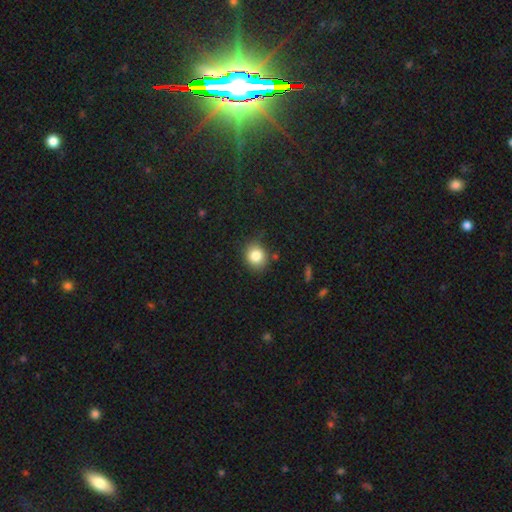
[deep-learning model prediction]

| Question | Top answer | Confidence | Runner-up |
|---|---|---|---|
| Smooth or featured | smooth | 83% | star or artifact (10%) |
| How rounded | round | 72% | in between (27%) |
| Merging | none | 81% | minor disturbance (14%) |